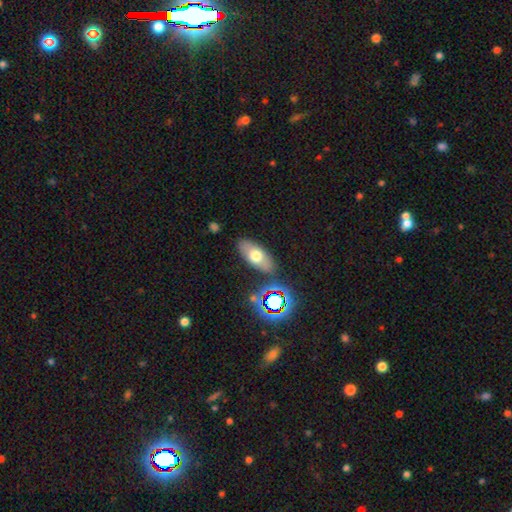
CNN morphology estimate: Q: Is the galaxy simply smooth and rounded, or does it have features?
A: smooth — 61%.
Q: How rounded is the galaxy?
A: in between — 85%.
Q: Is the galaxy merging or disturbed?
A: none — 80%.